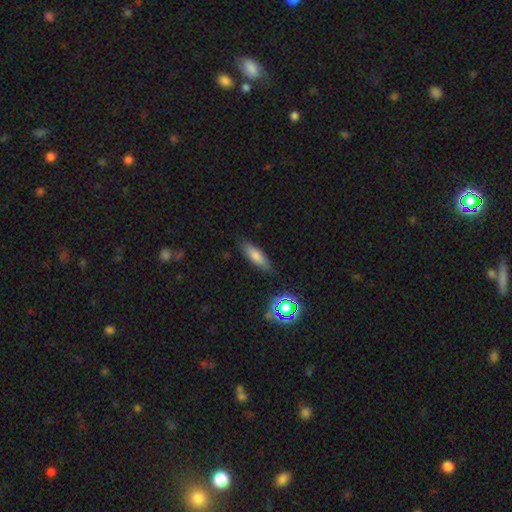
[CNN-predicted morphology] smooth 74%, featured or disk 16%, star or artifact 10%. Down the decision tree: how rounded — cigar-shaped (49%); merging — none (84%).